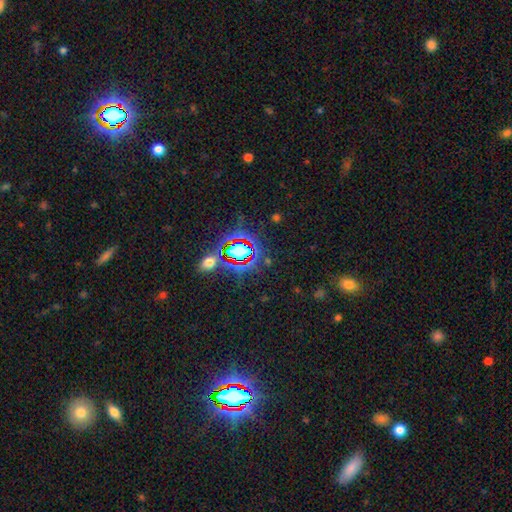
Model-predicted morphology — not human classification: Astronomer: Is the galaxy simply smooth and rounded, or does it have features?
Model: star or artifact — 81%.